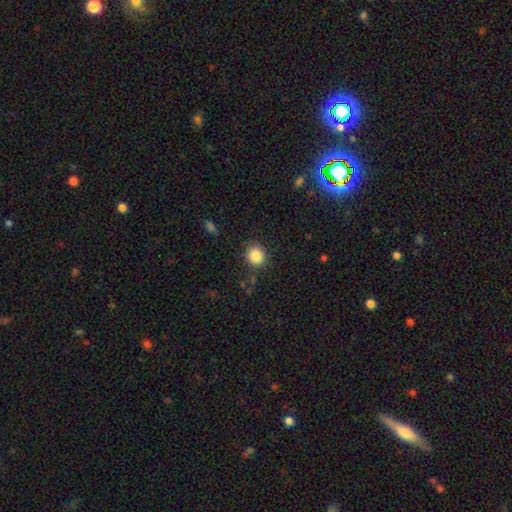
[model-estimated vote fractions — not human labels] A smooth galaxy with no disk features (85%) that is round (81%).

Vote fractions:
- Smooth or featured? smooth: 85% / star or artifact: 10% / featured or disk: 5%
- How rounded? round: 81% / in between: 18% / cigar-shaped: 1%
- Merging? none: 85% / minor disturbance: 10% / major disturbance: 3% / merger: 2%